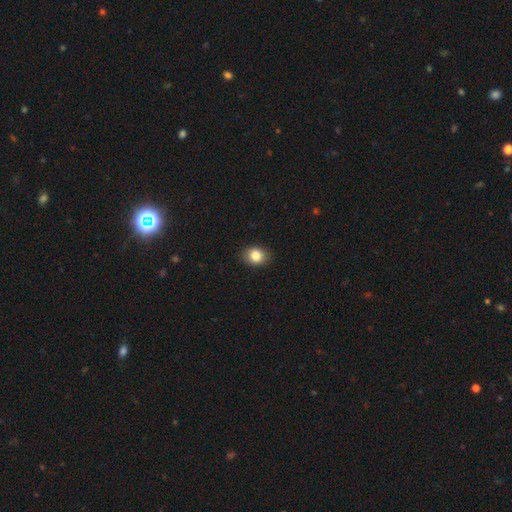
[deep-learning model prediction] Smooth or featured? Predicted: smooth (p=0.84). How rounded? Predicted: in between (p=0.56). Merging? Predicted: none (p=0.87).